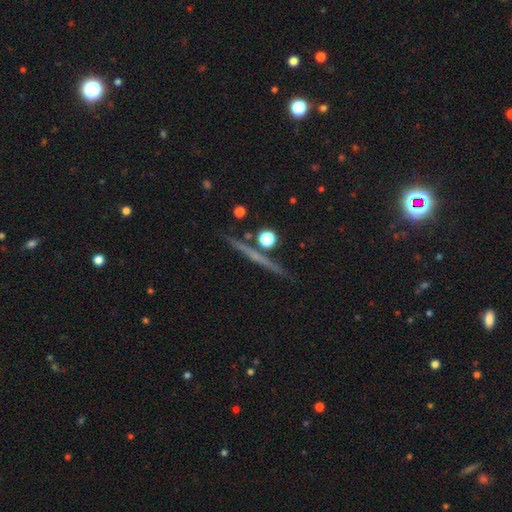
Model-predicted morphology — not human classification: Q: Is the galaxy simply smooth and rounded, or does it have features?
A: featured or disk — 56%.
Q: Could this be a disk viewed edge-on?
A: yes — 96%.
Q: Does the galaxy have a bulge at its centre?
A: none — 76%.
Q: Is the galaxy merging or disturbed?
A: none — 88%.